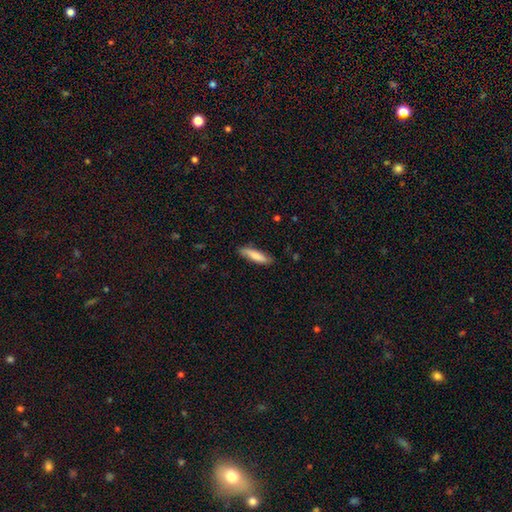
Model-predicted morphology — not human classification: Smooth or featured?
  - smooth: 79% *
  - featured or disk: 16%
  - star or artifact: 6%
How rounded?
  - cigar-shaped: 75% *
  - in between: 24%
  - round: 2%
Merging?
  - none: 84% *
  - minor disturbance: 12%
  - major disturbance: 2%
  - merger: 1%